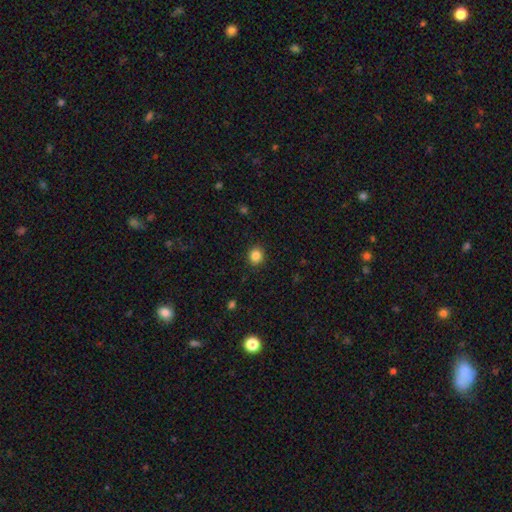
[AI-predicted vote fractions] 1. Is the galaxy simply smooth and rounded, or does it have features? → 85% smooth, 11% star or artifact, 4% featured or disk.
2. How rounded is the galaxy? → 84% round, 15% in between, 1% cigar-shaped.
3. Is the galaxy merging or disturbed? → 91% none, 6% minor disturbance, 2% major disturbance, 1% merger.